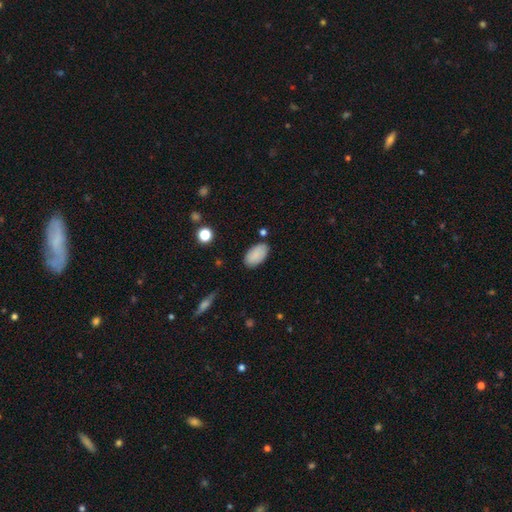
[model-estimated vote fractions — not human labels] Overall: smooth (86%). How rounded: in between (95%). Merging: none (81%).